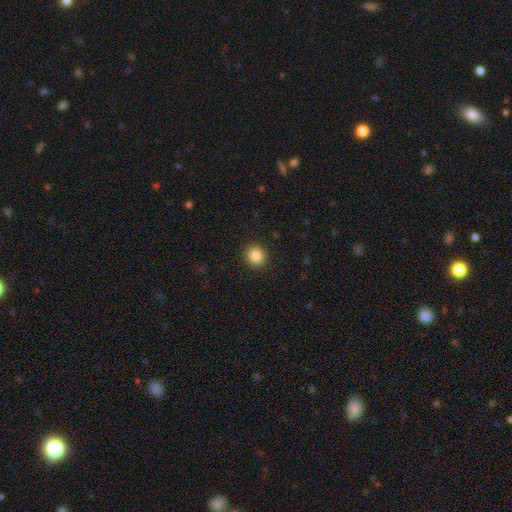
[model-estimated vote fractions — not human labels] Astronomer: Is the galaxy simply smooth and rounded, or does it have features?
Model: smooth — 85%.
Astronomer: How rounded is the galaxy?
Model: round — 84%.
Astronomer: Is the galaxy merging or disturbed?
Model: none — 91%.